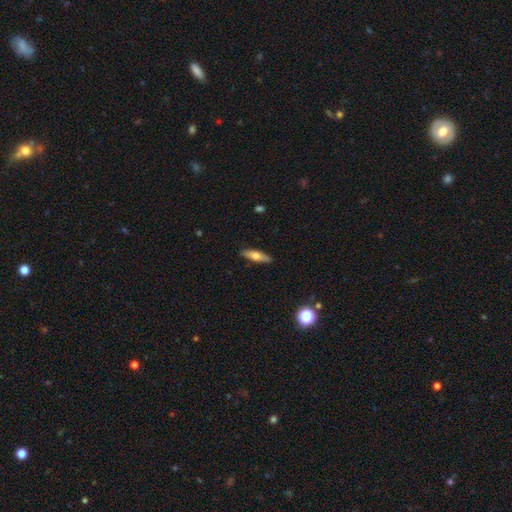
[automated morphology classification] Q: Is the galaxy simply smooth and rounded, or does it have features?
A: smooth — 58%.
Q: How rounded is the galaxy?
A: cigar-shaped — 64%.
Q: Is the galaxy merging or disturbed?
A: none — 88%.